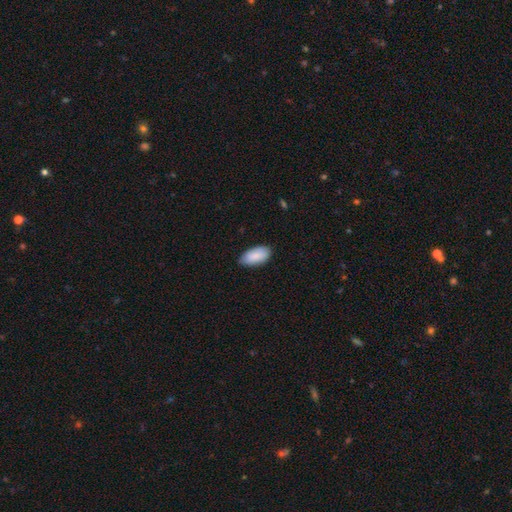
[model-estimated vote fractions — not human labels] This is clearly a smooth galaxy (88%). How rounded: clearly in between (95%). Merging: clearly none (80%).